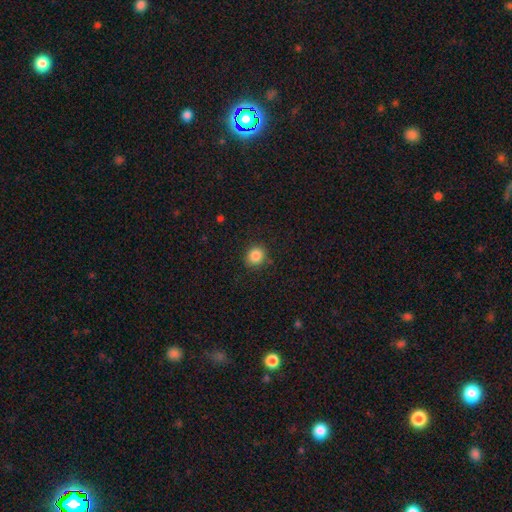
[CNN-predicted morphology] smooth 86%, star or artifact 10%, featured or disk 4%. Down the decision tree: how rounded — round (80%); merging — none (86%).